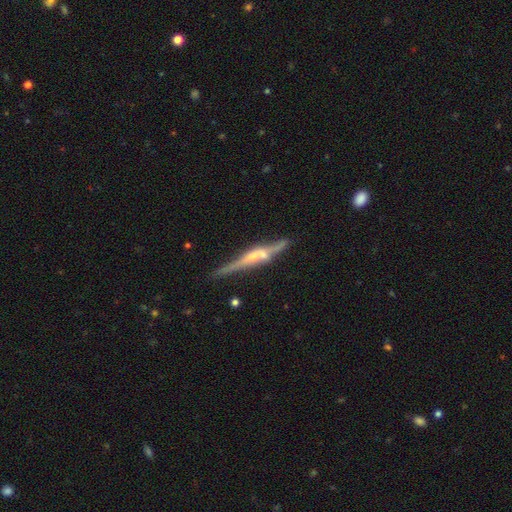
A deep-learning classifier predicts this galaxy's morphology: A featured or disk galaxy (76%) viewed edge-on (94%) with a rounded central bulge (74%). Merging: none (65%).